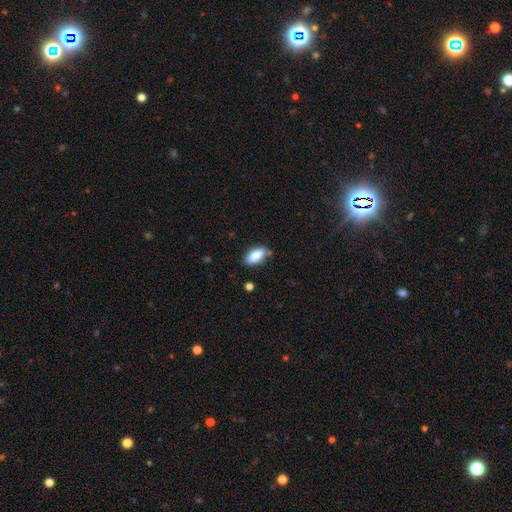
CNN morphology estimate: Overall: smooth (88%). How rounded: in between (91%). Merging: none (80%).